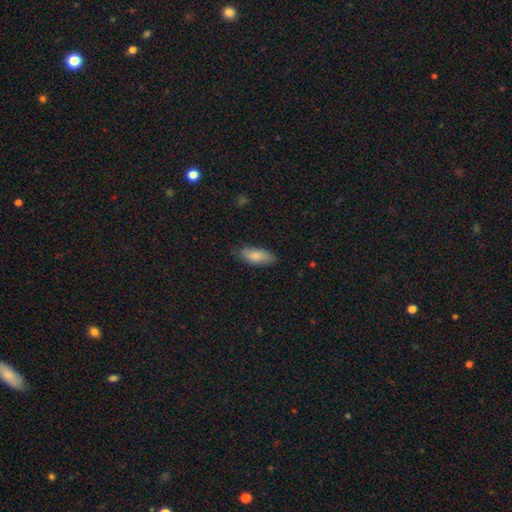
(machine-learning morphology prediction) smooth-or-featured: smooth: 84% | featured or disk: 10% | star or artifact: 6%
  how-rounded: in between: 74% | cigar-shaped: 25% | round: 2%
  merging: none: 79% | minor disturbance: 16% | major disturbance: 3% | merger: 1%